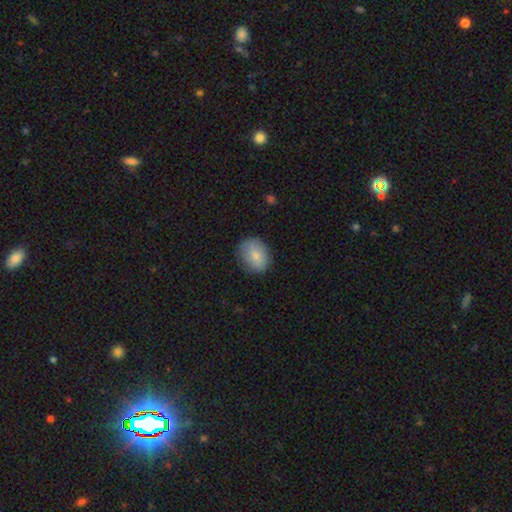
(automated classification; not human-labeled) Morphology: type=smooth (81%); roundness=in between (58%); merging=none (80%).